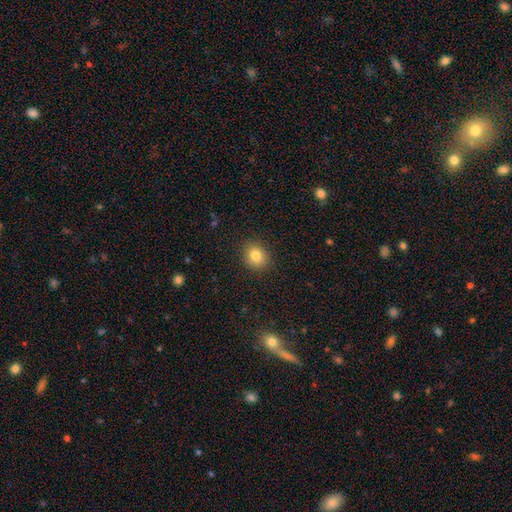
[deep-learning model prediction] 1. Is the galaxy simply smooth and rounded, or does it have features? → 80% smooth, 12% star or artifact, 8% featured or disk.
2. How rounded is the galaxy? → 75% round, 24% in between, 1% cigar-shaped.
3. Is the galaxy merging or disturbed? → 89% none, 7% minor disturbance, 2% major disturbance, 1% merger.